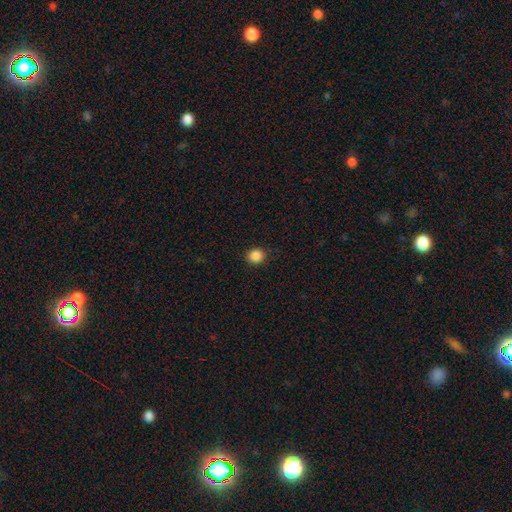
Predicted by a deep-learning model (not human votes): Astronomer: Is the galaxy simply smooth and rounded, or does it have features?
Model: smooth — 87%.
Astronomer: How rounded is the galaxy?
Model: round — 85%.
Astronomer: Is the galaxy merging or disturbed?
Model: none — 91%.